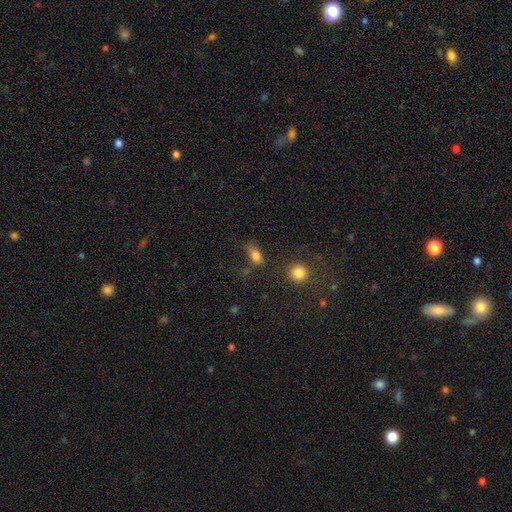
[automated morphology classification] smooth-or-featured: smooth: 79% | star or artifact: 12% | featured or disk: 10%
  how-rounded: in between: 79% | round: 14% | cigar-shaped: 7%
  merging: none: 50% | minor disturbance: 24% | major disturbance: 16% | merger: 10%